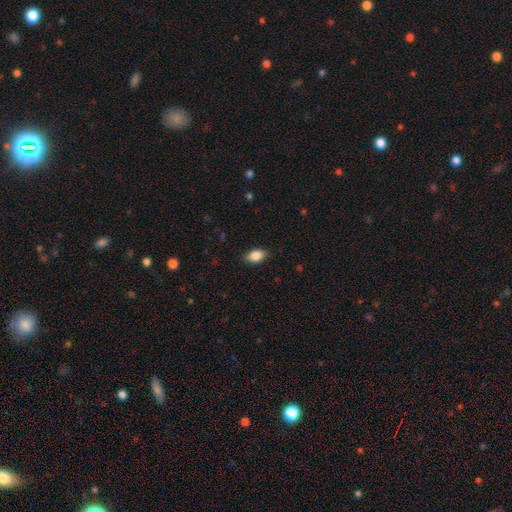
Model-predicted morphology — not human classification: This is clearly a smooth galaxy (87%). How rounded: clearly in between (89%). Merging: clearly none (86%).